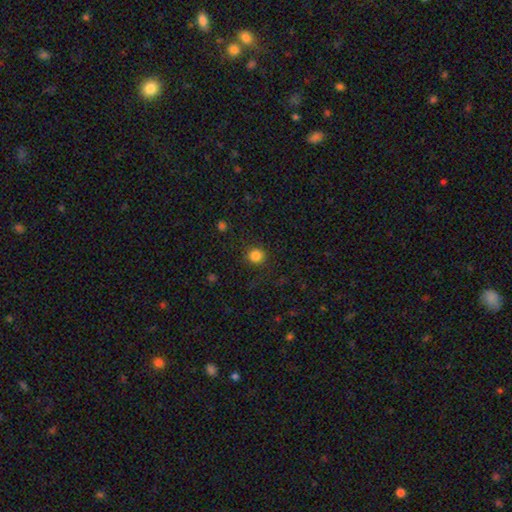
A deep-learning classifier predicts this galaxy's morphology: Smooth or featured?
  - smooth: 84% *
  - star or artifact: 12%
  - featured or disk: 4%
How rounded?
  - round: 87% *
  - in between: 12%
  - cigar-shaped: 1%
Merging?
  - none: 87% *
  - minor disturbance: 9%
  - major disturbance: 3%
  - merger: 1%